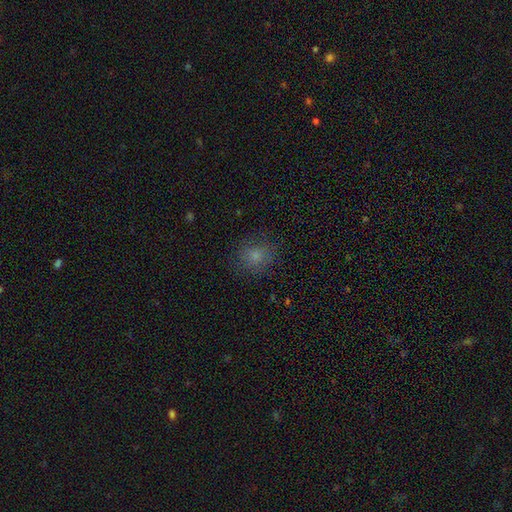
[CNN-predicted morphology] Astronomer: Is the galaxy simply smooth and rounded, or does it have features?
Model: smooth — 75%.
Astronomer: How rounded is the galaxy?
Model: round — 82%.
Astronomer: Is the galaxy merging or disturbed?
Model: none — 82%.